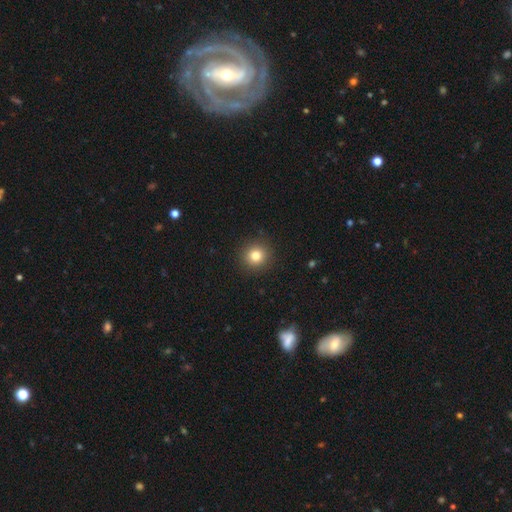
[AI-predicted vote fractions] Smooth or featured? Predicted: smooth (p=0.81). How rounded? Predicted: round (p=0.94). Merging? Predicted: none (p=0.92).